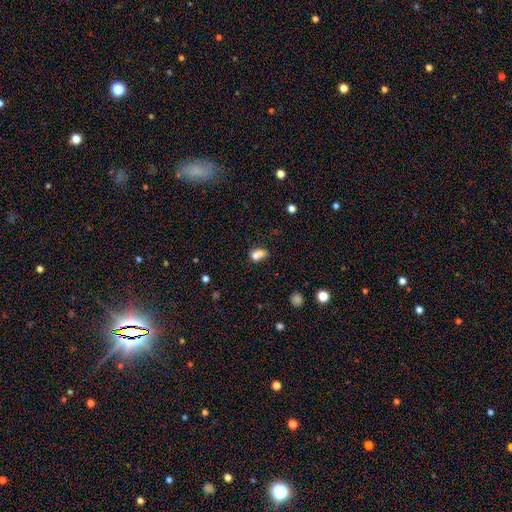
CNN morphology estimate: This appears to be a smooth galaxy with no disk features (73%) that is in between round and cigar-shaped (63%). Merging: merger (51%).